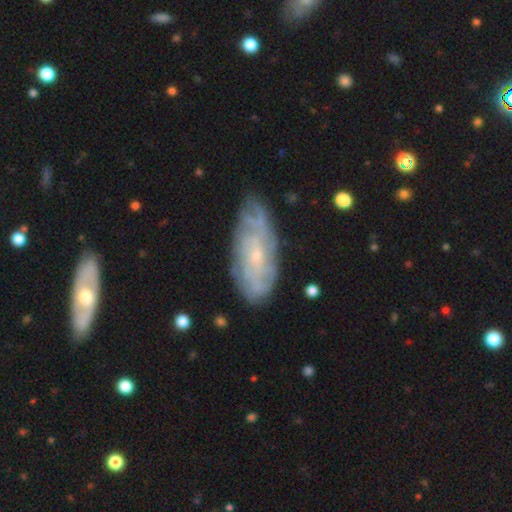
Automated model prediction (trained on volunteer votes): Q: Smooth or featured?
A: featured or disk (72%); runner-up: smooth (22%)
Q: Edge-on disk?
A: no (90%); runner-up: yes (10%)
Q: Bar?
A: no (71%); runner-up: weak (24%)
Q: Spiral arms?
A: yes (85%); runner-up: no (15%)
Q: Spiral winding?
A: tight (65%); runner-up: medium (26%)
Q: Spiral arm count?
A: can't tell (60%); runner-up: 4 (11%)
Q: Bulge size?
A: small (75%); runner-up: moderate (19%)
Q: Merging?
A: none (74%); runner-up: minor disturbance (19%)